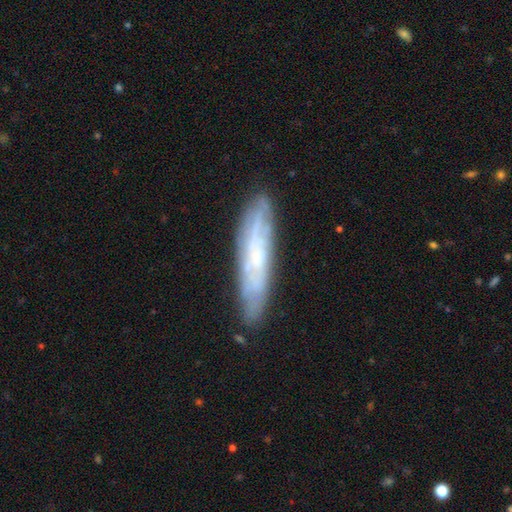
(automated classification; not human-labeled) The model was most divided on "edge-on disk": yes: 51%, no: 49%. More confident: merging — none (81%); smooth or featured — featured or disk (59%).